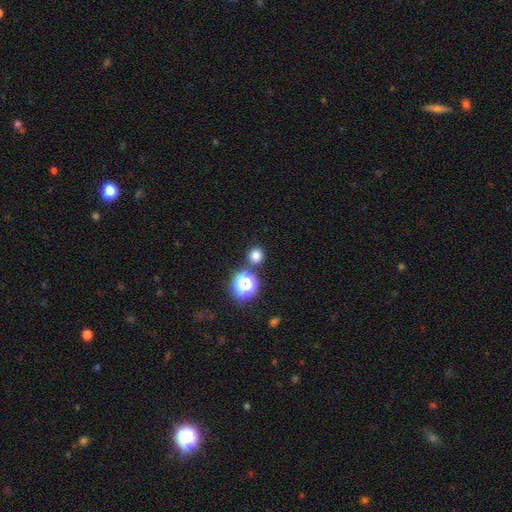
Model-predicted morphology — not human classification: A smooth galaxy with no disk features (76%) that is round (91%). Merging: none (83%).